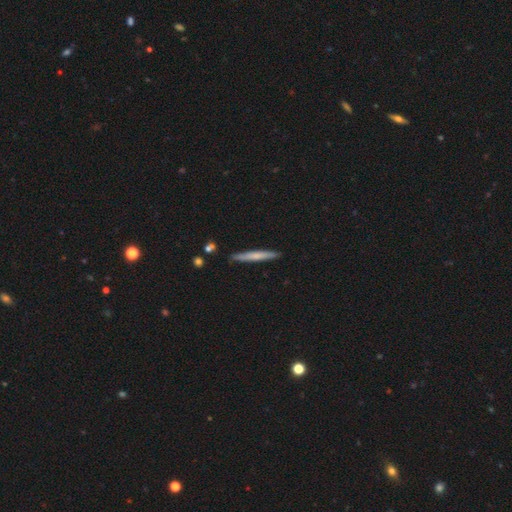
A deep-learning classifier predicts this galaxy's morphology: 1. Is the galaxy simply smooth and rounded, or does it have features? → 58% smooth, 36% featured or disk, 5% star or artifact.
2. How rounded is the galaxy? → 96% cigar-shaped, 2% in between, 1% round.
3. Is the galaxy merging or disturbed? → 90% none, 7% minor disturbance, 2% merger, 1% major disturbance.